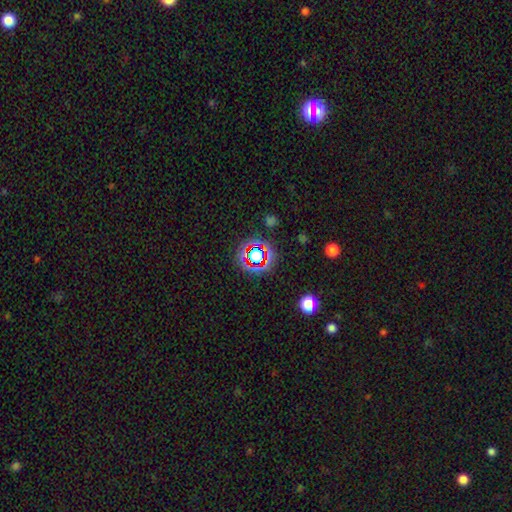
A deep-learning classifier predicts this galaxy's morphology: smooth_or_featured: star or artifact (p=0.65) [alt: smooth p=0.24]